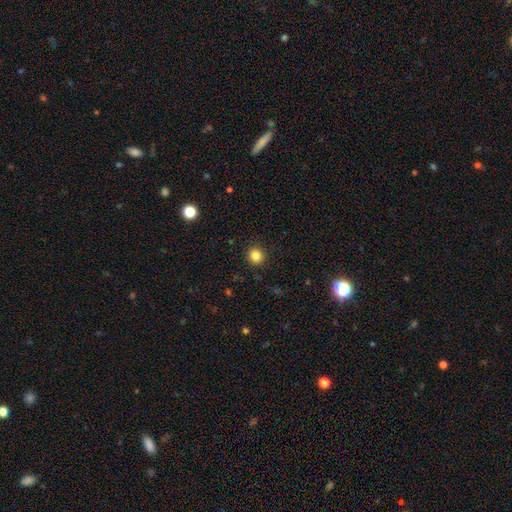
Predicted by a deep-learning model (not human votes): A smooth galaxy with no disk features (84%) that is round (92%). Merging: none (91%).